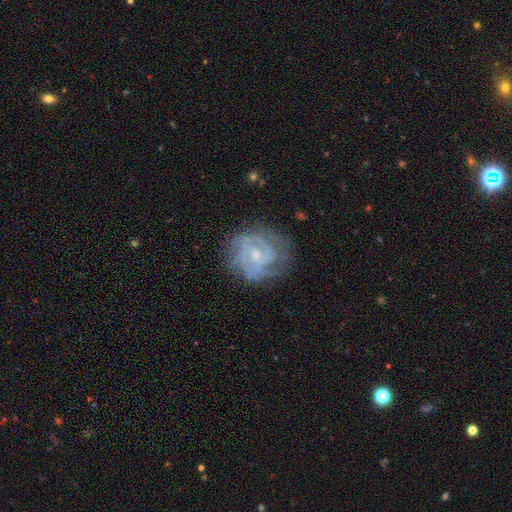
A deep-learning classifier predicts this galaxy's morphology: A featured or disk galaxy (85%) with no bar (65%), 2 (29%) tight (65%) spiral arms (94%) and a small central bulge (64%).

Vote fractions:
- Smooth or featured? featured or disk: 85% / smooth: 9% / star or artifact: 6%
- Edge-on disk? no: 98% / yes: 2%
- Bar? no: 65% / weak: 30% / strong: 5%
- Spiral arms? yes: 94% / no: 6%
- Spiral winding? tight: 65% / medium: 29% / loose: 6%
- Spiral arm count? 2: 29% / can't tell: 28% / 3: 24% / 4: 9% / 1: 5% / more than 4: 5%
- Bulge size? small: 64% / moderate: 29% / none: 4% / large: 1% / dominant: 1%
- Merging? none: 72% / minor disturbance: 19% / major disturbance: 8% / merger: 1%